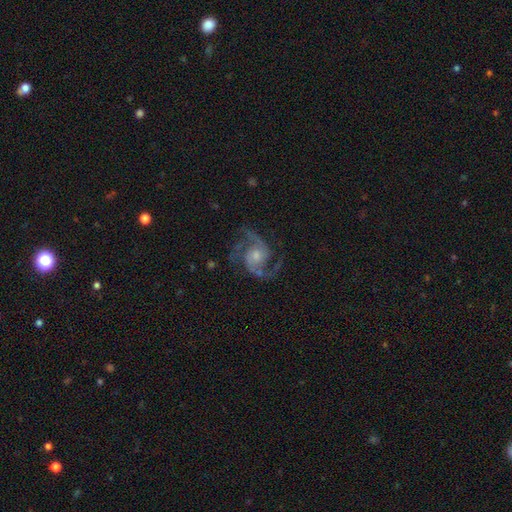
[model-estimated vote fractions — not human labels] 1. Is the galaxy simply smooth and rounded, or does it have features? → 90% featured or disk, 6% star or artifact, 4% smooth.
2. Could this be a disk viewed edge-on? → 98% no, 2% yes.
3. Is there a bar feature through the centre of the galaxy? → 67% no, 26% weak, 7% strong.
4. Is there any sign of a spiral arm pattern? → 98% yes, 2% no.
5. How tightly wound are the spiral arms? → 61% medium, 20% loose, 19% tight.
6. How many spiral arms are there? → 73% 2, 16% 3, 4% can't tell, 3% 4, 3% 1, 2% more than 4.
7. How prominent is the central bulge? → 49% small, 41% moderate, 4% large, 4% none, 1% dominant.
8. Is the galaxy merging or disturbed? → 74% none, 15% minor disturbance, 10% major disturbance, 1% merger.